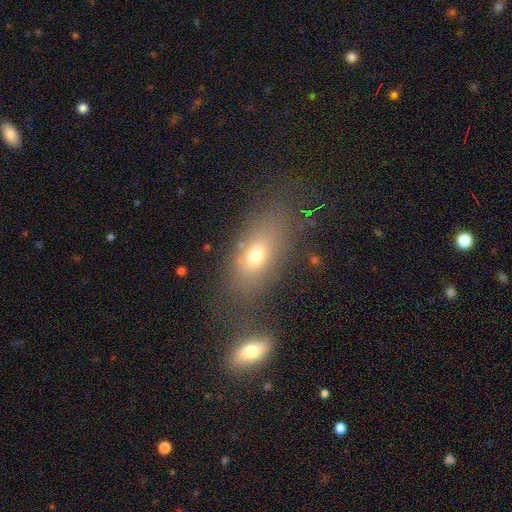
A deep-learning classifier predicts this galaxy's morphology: Overall: smooth (69%). How rounded: in between (79%). Merging: none (68%).